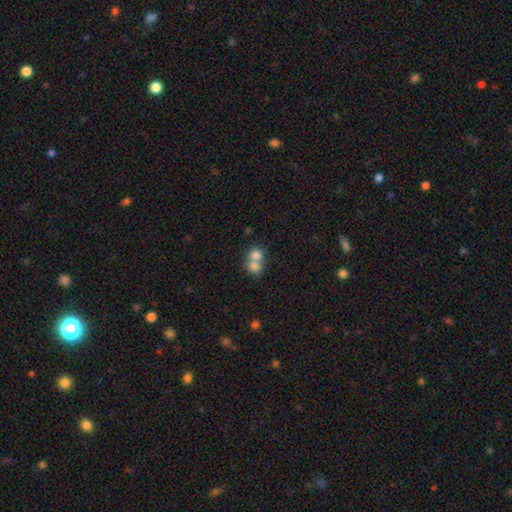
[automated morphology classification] Smooth or featured: smooth — 76% (featured or disk — 13%)
How rounded: round — 69% (in between — 30%)
Merging: merger — 66% (none — 27%)